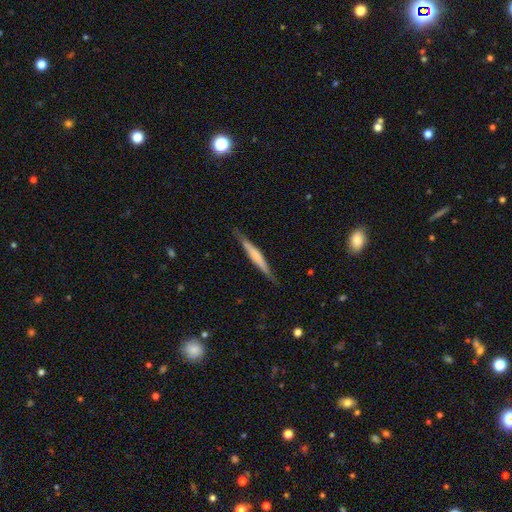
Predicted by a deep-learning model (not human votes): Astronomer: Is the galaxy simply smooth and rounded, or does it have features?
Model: featured or disk — 51% (runner-up: smooth, 44%).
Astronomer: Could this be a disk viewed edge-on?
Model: yes — 96%.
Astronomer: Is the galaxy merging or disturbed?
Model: none — 84%.